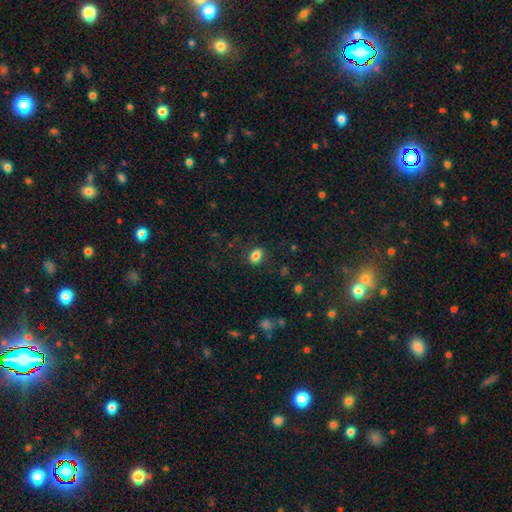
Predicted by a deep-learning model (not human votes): A smooth galaxy with no disk features (84%) that is in between round and cigar-shaped (80%).

Vote fractions:
- Smooth or featured? smooth: 84% / star or artifact: 10% / featured or disk: 6%
- How rounded? in between: 80% / round: 18% / cigar-shaped: 2%
- Merging? none: 84% / minor disturbance: 11% / major disturbance: 4% / merger: 1%